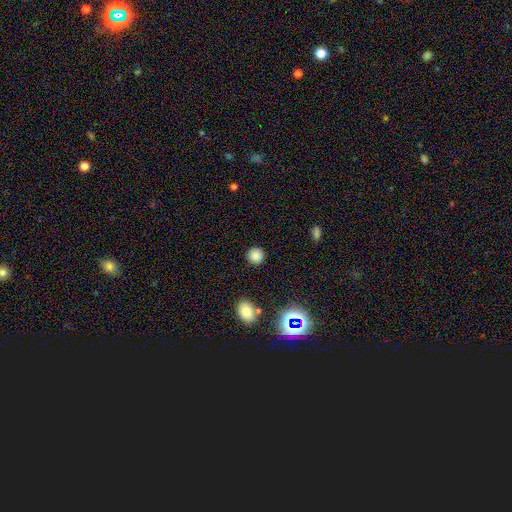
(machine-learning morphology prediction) Smooth or featured? Predicted: smooth (p=0.82). How rounded? Predicted: round (p=0.92). Merging? Predicted: none (p=0.89).